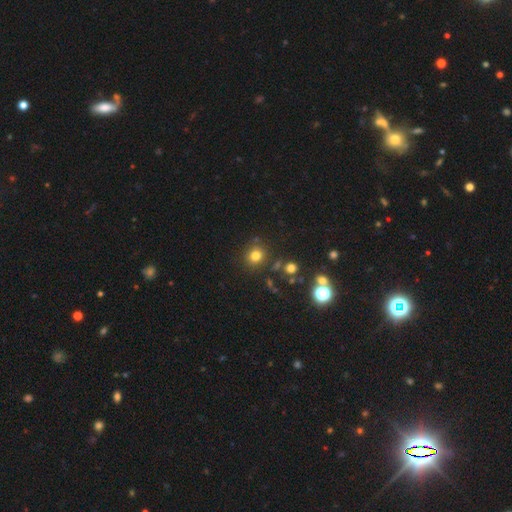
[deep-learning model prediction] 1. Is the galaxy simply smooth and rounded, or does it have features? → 76% smooth, 17% star or artifact, 7% featured or disk.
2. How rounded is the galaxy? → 86% round, 13% in between, 1% cigar-shaped.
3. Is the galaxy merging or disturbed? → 82% none, 9% minor disturbance, 6% merger, 3% major disturbance.